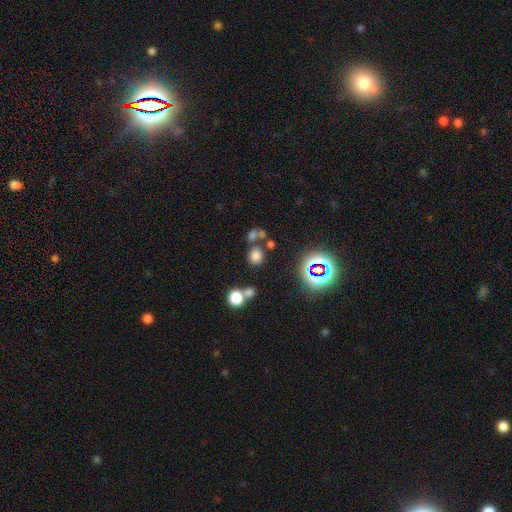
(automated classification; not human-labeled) Q: Smooth or featured?
A: smooth (69%); runner-up: star or artifact (23%)
Q: How rounded?
A: round (81%); runner-up: in between (18%)
Q: Merging?
A: none (67%); runner-up: merger (19%)